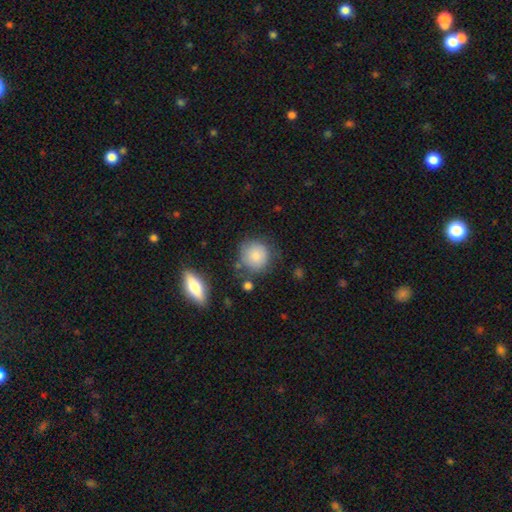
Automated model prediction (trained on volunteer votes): smooth 84%, featured or disk 9%, star or artifact 8%. Down the decision tree: how rounded — round (89%); merging — none (72%).